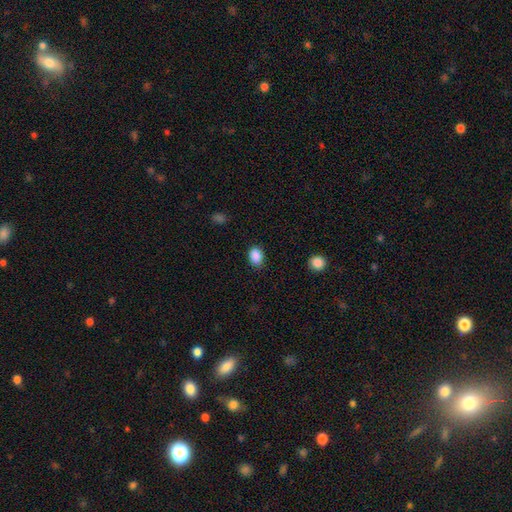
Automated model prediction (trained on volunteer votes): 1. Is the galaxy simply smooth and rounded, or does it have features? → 89% smooth, 8% star or artifact, 3% featured or disk.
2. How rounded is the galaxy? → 71% in between, 29% round, 1% cigar-shaped.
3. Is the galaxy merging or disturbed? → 85% none, 11% minor disturbance, 3% major disturbance, 1% merger.